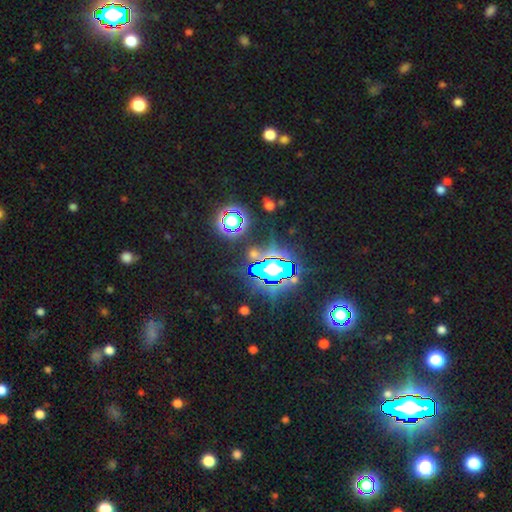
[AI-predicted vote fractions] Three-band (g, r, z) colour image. It shows a star or artifact, not a galaxy (77%).